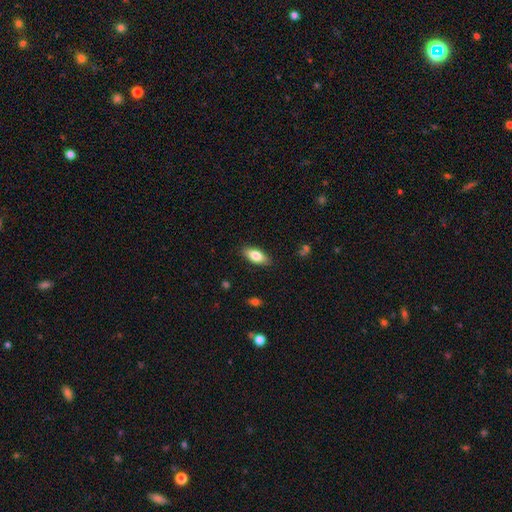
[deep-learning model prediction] Smooth or featured?
  - smooth: 79% *
  - featured or disk: 14%
  - star or artifact: 7%
How rounded?
  - in between: 85% *
  - cigar-shaped: 12%
  - round: 3%
Merging?
  - none: 86% *
  - minor disturbance: 10%
  - major disturbance: 2%
  - merger: 1%